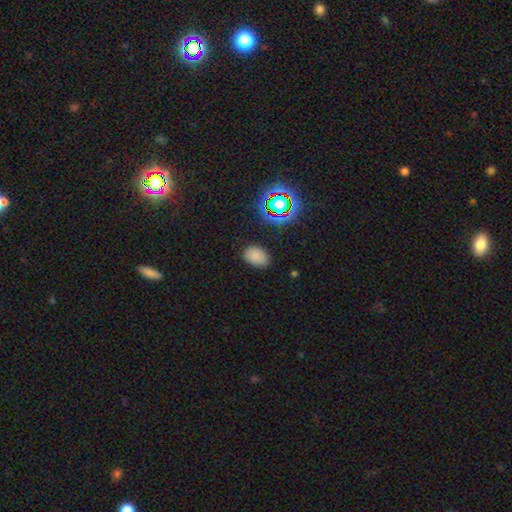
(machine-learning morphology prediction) This appears to be a smooth galaxy with no disk features (78%) that is in between round and cigar-shaped (84%). Merging: none (82%).